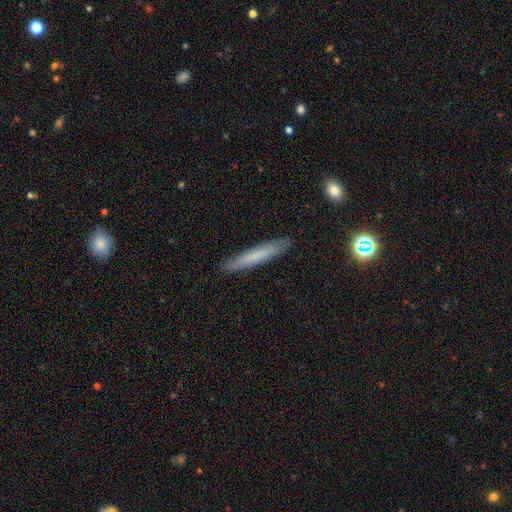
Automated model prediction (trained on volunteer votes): A smooth galaxy with no disk features (68%) that is cigar-shaped (95%).

Vote fractions:
- Smooth or featured? smooth: 68% / featured or disk: 24% / star or artifact: 7%
- How rounded? cigar-shaped: 95% / in between: 4% / round: 1%
- Merging? none: 90% / minor disturbance: 8% / major disturbance: 2% / merger: 1%